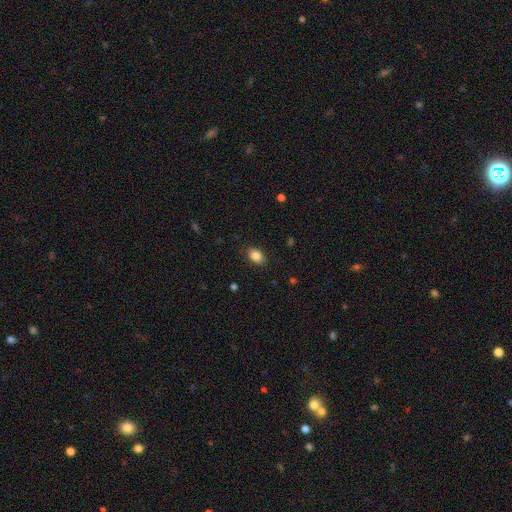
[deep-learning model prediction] Overall: smooth (86%). How rounded: in between (83%). Merging: none (86%).